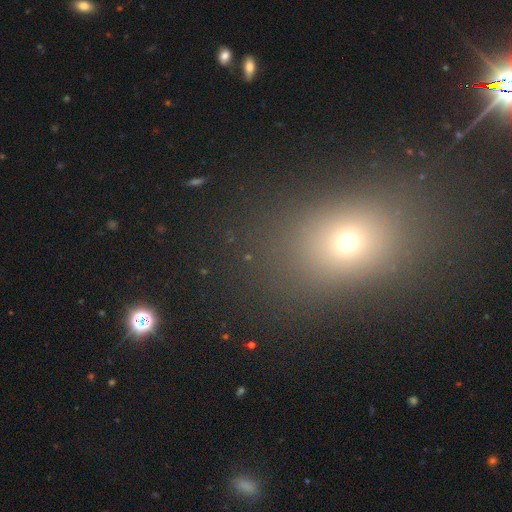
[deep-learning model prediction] smooth-or-featured: smooth: 55% | star or artifact: 35% | featured or disk: 10%
  how-rounded: round: 52% | in between: 46% | cigar-shaped: 2%
  merging: none: 85% | minor disturbance: 8% | major disturbance: 4% | merger: 3%